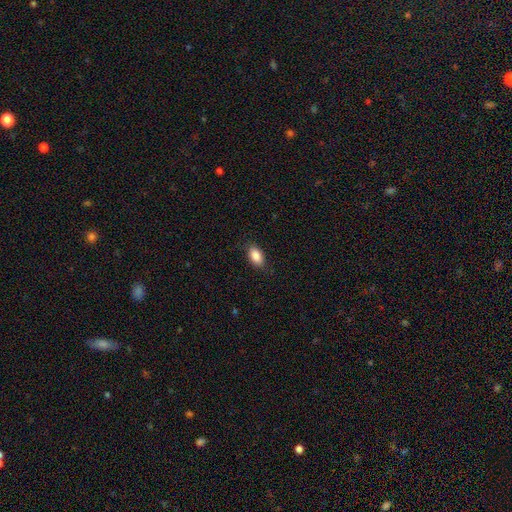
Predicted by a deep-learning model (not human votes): Smooth or featured? smooth (87%)
How rounded? in between (92%)
Merging? none (86%)